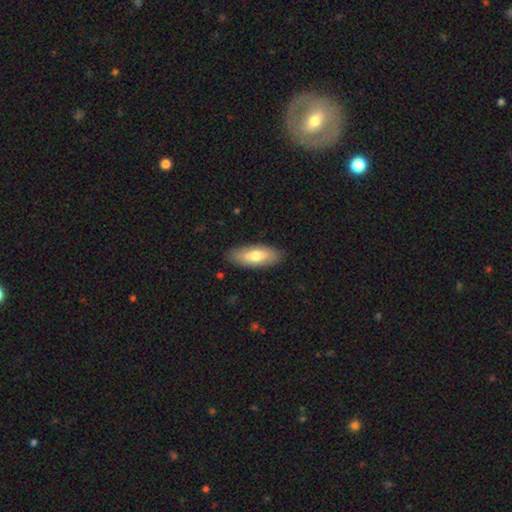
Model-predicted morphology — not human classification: Overall: smooth (71%). How rounded: in between (75%). Merging: none (86%).